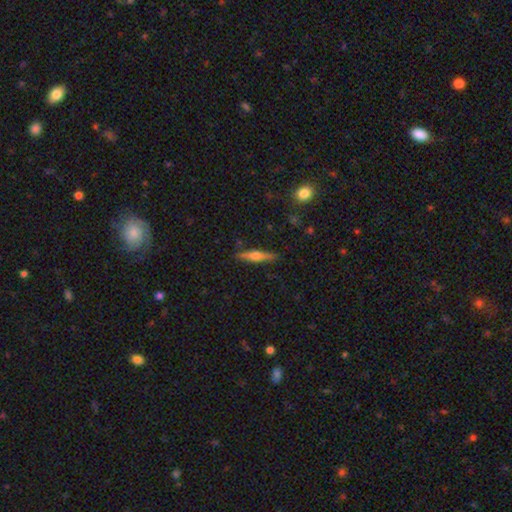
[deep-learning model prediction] Smooth or featured? featured or disk (50%)
Merging? none (86%)